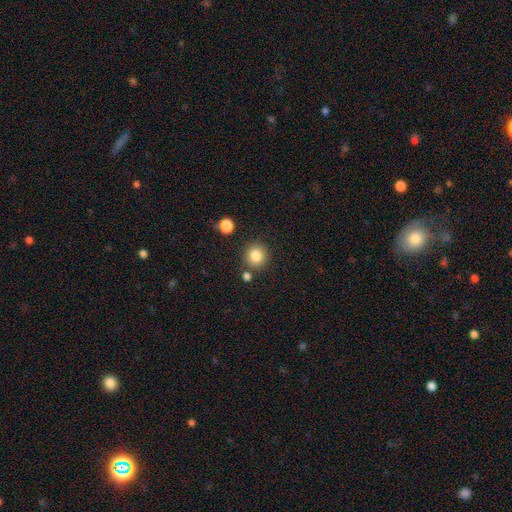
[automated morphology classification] Smooth or featured?
  - smooth: 84% *
  - star or artifact: 10%
  - featured or disk: 6%
How rounded?
  - round: 91% *
  - in between: 8%
  - cigar-shaped: 1%
Merging?
  - none: 83% *
  - minor disturbance: 8%
  - merger: 6%
  - major disturbance: 3%